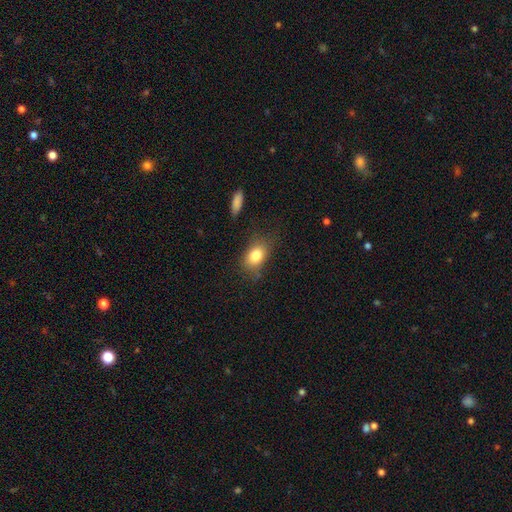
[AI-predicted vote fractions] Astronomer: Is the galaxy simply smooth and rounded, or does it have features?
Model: smooth — 80%.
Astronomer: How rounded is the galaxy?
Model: in between — 76%.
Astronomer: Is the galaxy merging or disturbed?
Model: none — 70%.